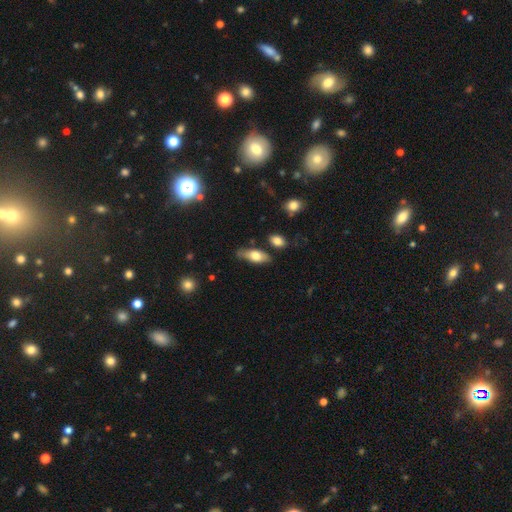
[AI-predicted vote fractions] Overall: smooth (67%). How rounded: in between (78%). Merging: none (71%).